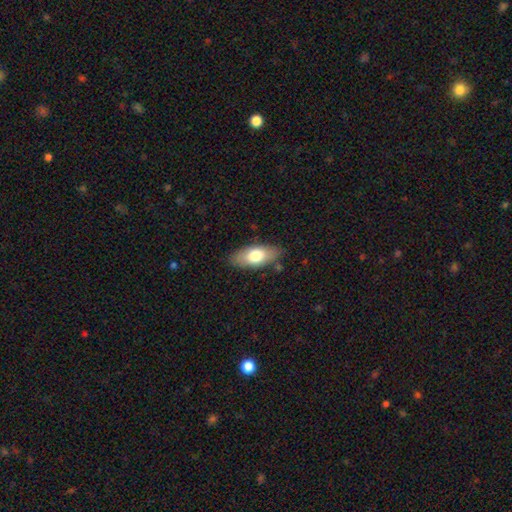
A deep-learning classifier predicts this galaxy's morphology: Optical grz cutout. It shows a smooth galaxy with no disk features (71%) that is in between round and cigar-shaped (85%). Merging: none (82%).